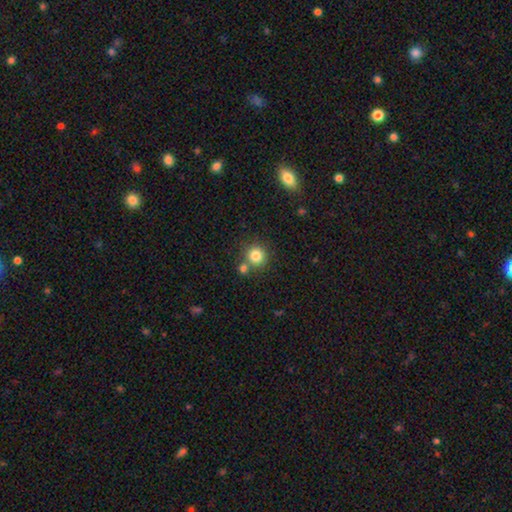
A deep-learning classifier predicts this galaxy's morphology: smooth_or_featured: smooth (p=0.82) [alt: star or artifact p=0.11]
how_rounded: round (p=0.92) [alt: in between p=0.07]
merging: none (p=0.69) [alt: merger p=0.19]